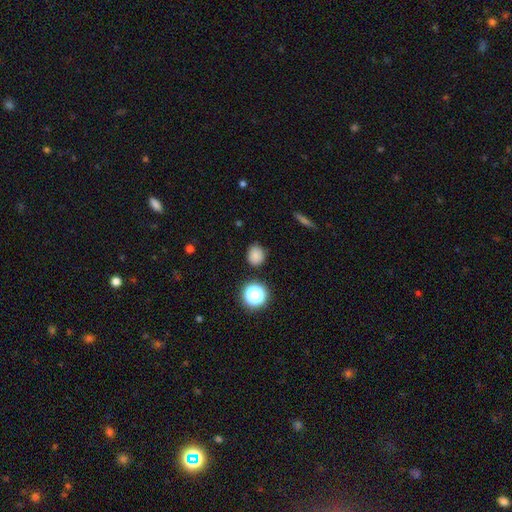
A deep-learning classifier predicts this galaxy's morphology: Smooth or featured?
  - smooth: 81% *
  - star or artifact: 14%
  - featured or disk: 5%
How rounded?
  - round: 72% *
  - in between: 26%
  - cigar-shaped: 1%
Merging?
  - none: 84% *
  - minor disturbance: 11%
  - major disturbance: 3%
  - merger: 2%